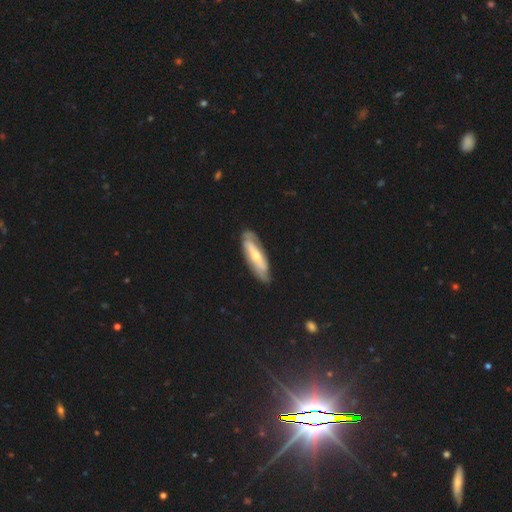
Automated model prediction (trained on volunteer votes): Smooth or featured? featured or disk (62%)
Edge-on disk? no (72%)
Merging? none (74%)